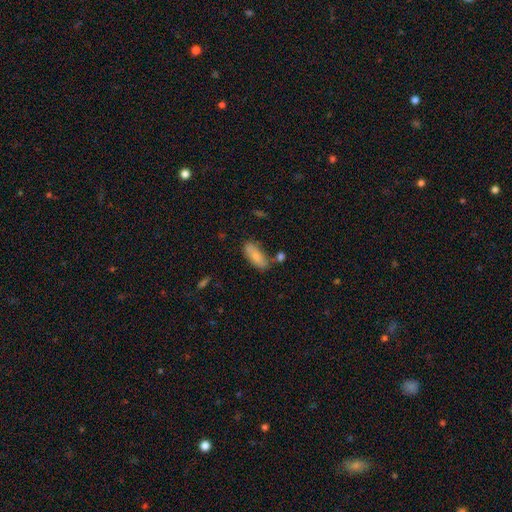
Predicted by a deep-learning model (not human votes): Smooth or featured?
  - smooth: 80% *
  - featured or disk: 13%
  - star or artifact: 6%
How rounded?
  - in between: 76% *
  - cigar-shaped: 21%
  - round: 2%
Merging?
  - none: 67% *
  - minor disturbance: 19%
  - merger: 9%
  - major disturbance: 5%